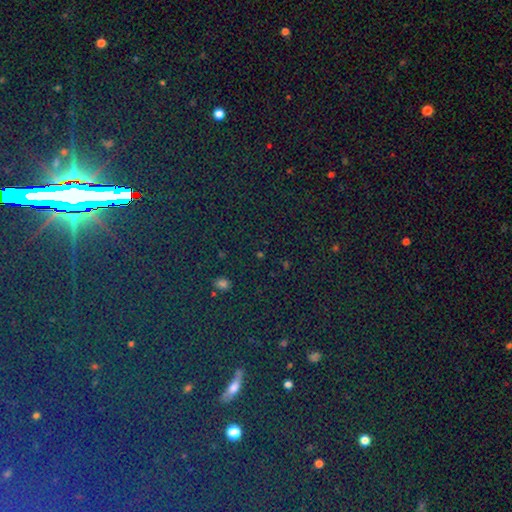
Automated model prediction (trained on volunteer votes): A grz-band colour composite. It shows a star or artifact, not a galaxy (78%).